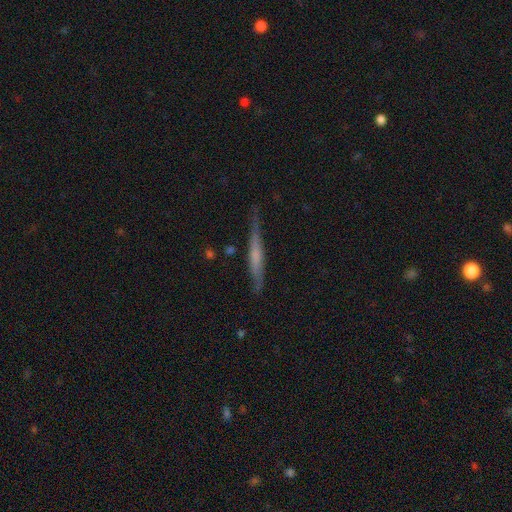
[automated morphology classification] smooth_or_featured: featured or disk (p=0.53) [alt: smooth p=0.40]
disk_edge_on: yes (p=0.94) [alt: no p=0.06]
merging: none (p=0.76) [alt: minor disturbance p=0.18]